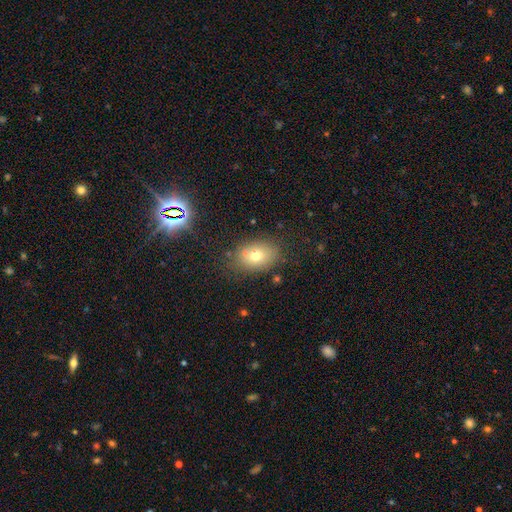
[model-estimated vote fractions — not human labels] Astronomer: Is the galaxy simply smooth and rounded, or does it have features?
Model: smooth — 70%.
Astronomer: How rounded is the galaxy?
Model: in between — 73%.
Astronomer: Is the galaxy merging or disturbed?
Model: none — 73%.